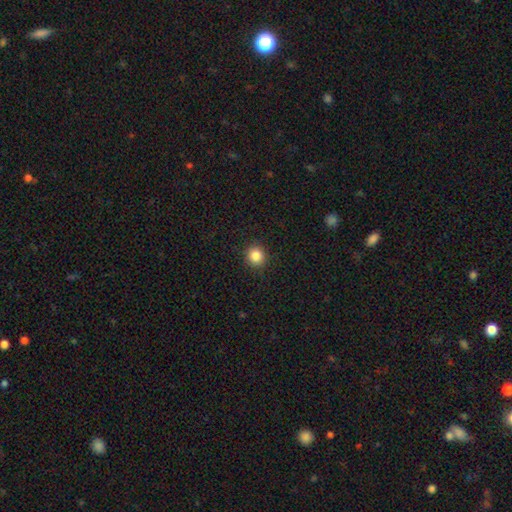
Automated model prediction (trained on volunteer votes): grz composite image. It shows a smooth galaxy with no disk features (85%) that is round (91%). Merging: none (91%).